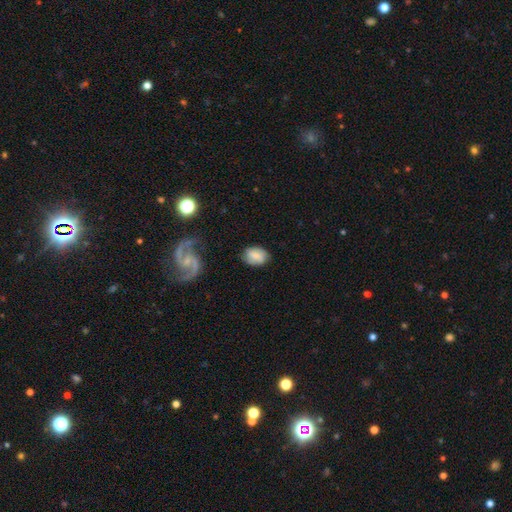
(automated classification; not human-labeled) smooth 69%, featured or disk 22%, star or artifact 9%. Down the decision tree: how rounded — in between (76%); merging — none (74%).